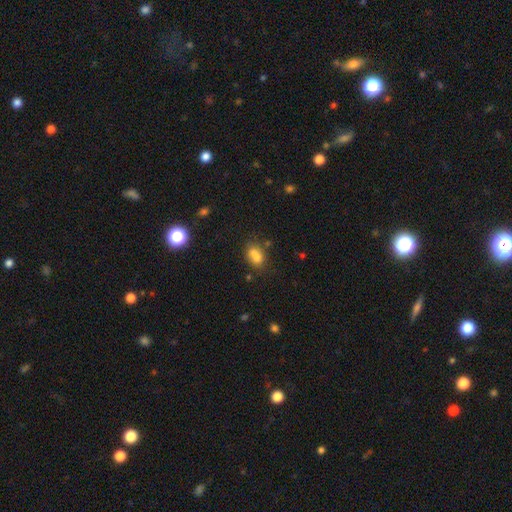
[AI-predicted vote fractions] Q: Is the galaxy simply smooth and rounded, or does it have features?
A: smooth — 68%.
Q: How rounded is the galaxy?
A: round — 49%, tied with in between.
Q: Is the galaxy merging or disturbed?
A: merger — 53%.